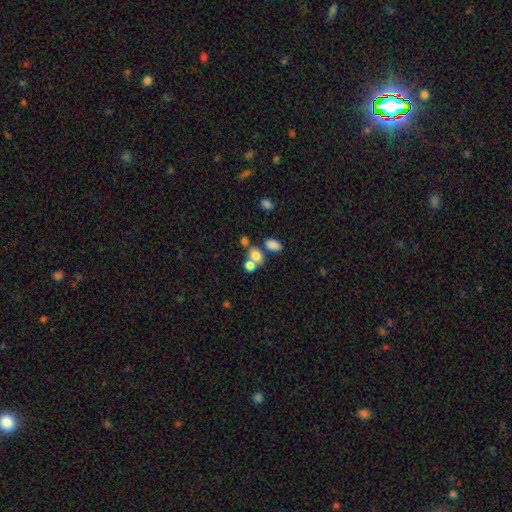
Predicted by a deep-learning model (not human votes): This is likely a smooth galaxy (76%). How rounded: possibly round (50%). Merging: possibly merger (45%).